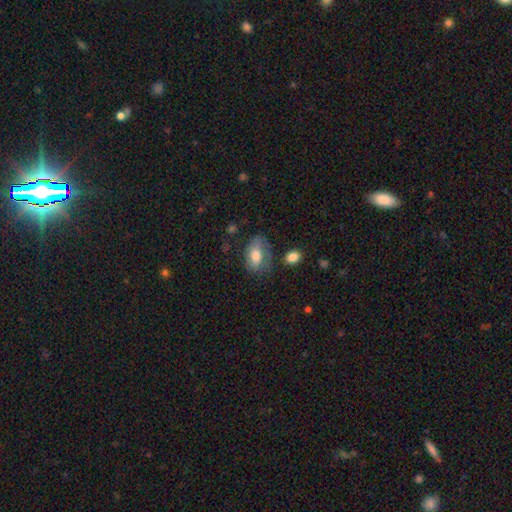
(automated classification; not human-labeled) This appears to be a smooth galaxy with no disk features (67%) that is in between round and cigar-shaped (90%). Merging: none (50%).